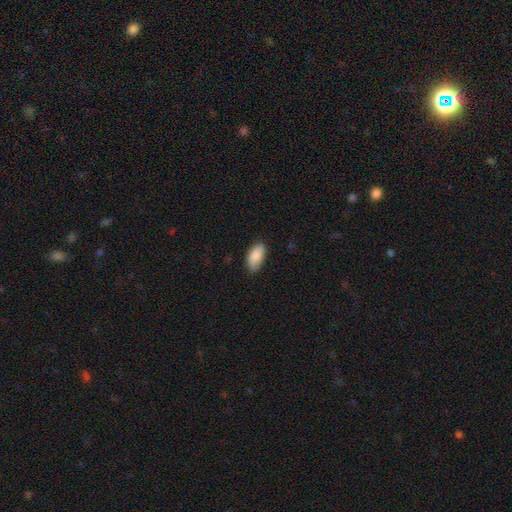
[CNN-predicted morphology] This is clearly a smooth galaxy (89%). How rounded: clearly in between (93%). Merging: clearly none (80%).